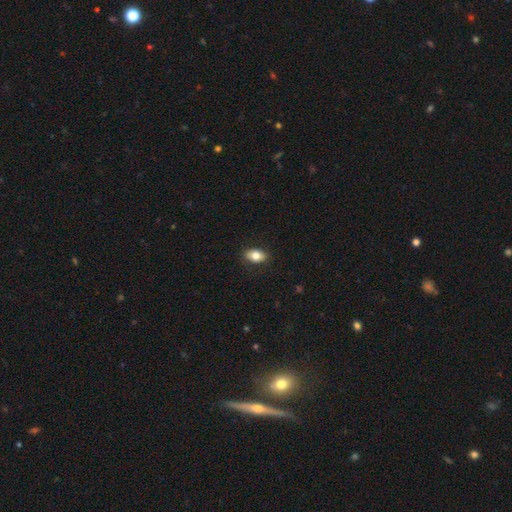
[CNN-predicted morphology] Q: Smooth or featured?
A: smooth (79%); runner-up: featured or disk (14%)
Q: How rounded?
A: in between (88%); runner-up: round (9%)
Q: Merging?
A: none (87%); runner-up: minor disturbance (10%)